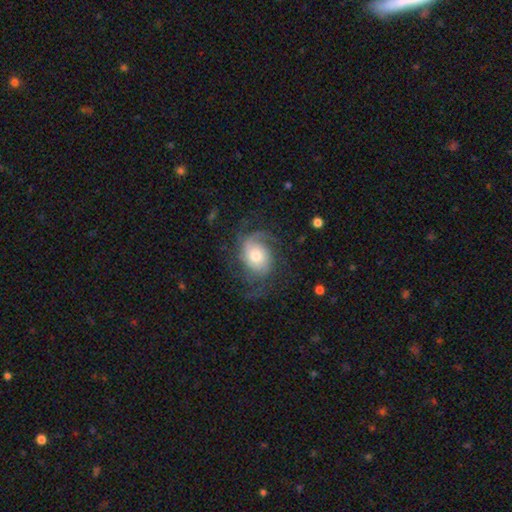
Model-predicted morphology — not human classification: Smooth or featured? Predicted: featured or disk (p=0.78). Edge-on disk? Predicted: no (p=0.97). Bar? Predicted: no (p=0.73). Spiral arms? Predicted: yes (p=0.94). Spiral winding? Predicted: medium (p=0.42). Spiral arm count? Predicted: 2 (p=0.32). Bulge size? Predicted: moderate (p=0.58). Merging? Predicted: none (p=0.62).